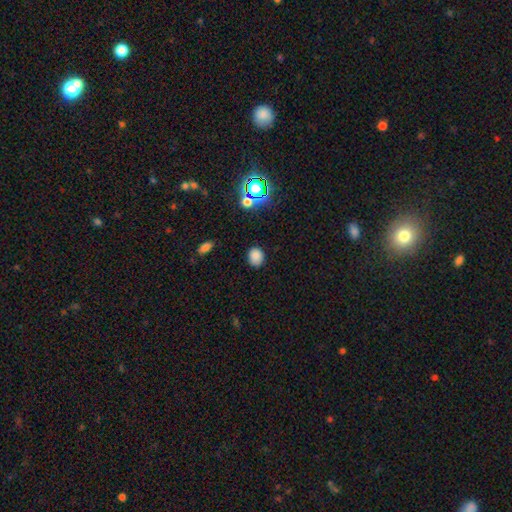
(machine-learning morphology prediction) Q: Smooth or featured?
A: smooth (80%); runner-up: star or artifact (14%)
Q: How rounded?
A: round (66%); runner-up: in between (33%)
Q: Merging?
A: none (82%); runner-up: minor disturbance (13%)